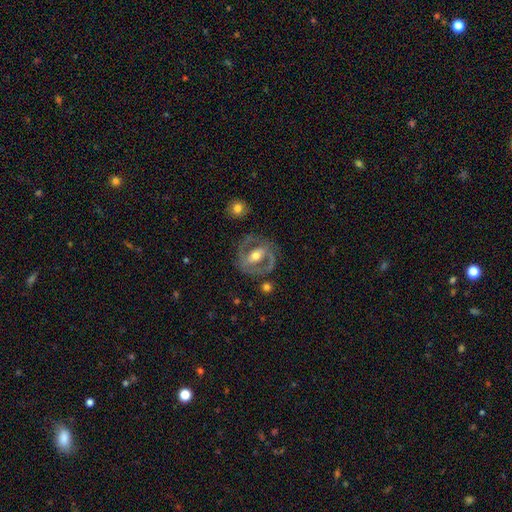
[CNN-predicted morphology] Q: Smooth or featured?
A: featured or disk (76%); runner-up: smooth (18%)
Q: Edge-on disk?
A: no (95%); runner-up: yes (5%)
Q: Bar?
A: strong (41%); runner-up: weak (34%)
Q: Spiral arms?
A: yes (65%); runner-up: no (35%)
Q: Bulge size?
A: moderate (73%); runner-up: small (16%)
Q: Merging?
A: none (73%); runner-up: minor disturbance (15%)